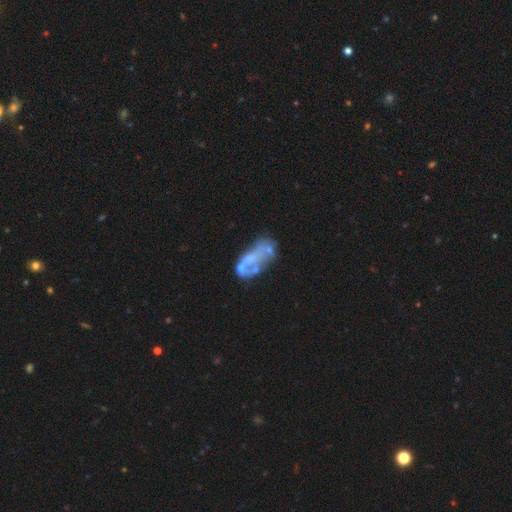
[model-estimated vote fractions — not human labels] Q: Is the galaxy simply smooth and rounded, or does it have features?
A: featured or disk — 56%.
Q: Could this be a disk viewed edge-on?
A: no — 96%.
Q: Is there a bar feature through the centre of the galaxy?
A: no — 89%.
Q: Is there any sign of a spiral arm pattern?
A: no — 92%.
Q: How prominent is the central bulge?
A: none — 69%.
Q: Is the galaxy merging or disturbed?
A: merger — 31%.